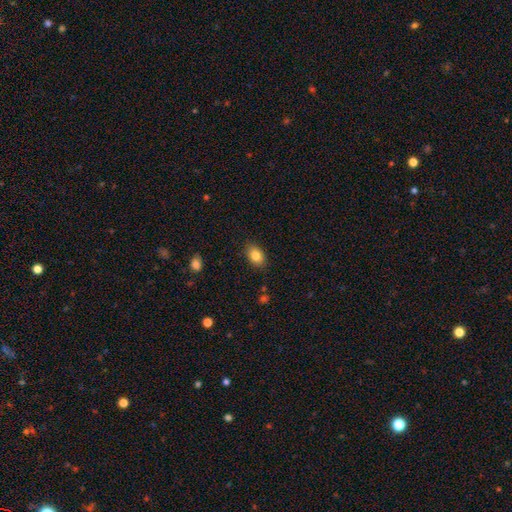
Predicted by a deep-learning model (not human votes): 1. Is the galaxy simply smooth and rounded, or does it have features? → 84% smooth, 8% star or artifact, 8% featured or disk.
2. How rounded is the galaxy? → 82% in between, 17% round, 1% cigar-shaped.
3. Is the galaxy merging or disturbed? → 86% none, 11% minor disturbance, 2% major disturbance, 1% merger.